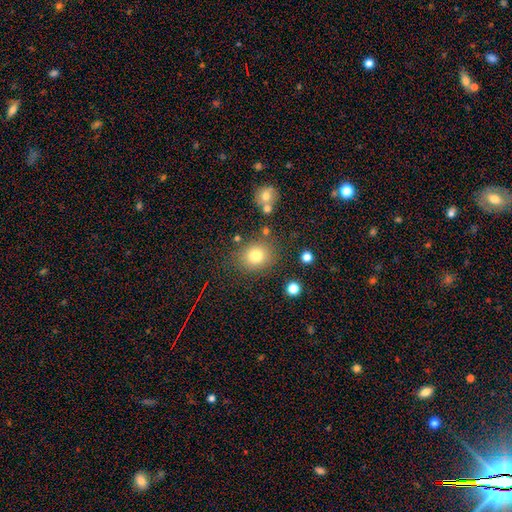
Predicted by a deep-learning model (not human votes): Smooth or featured? smooth (78%)
How rounded? round (79%)
Merging? none (80%)